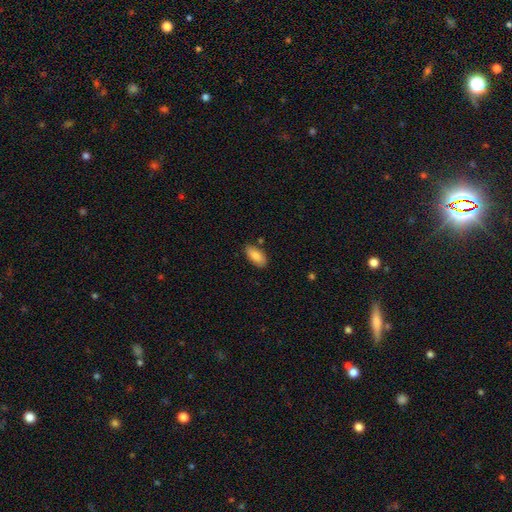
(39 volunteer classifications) This is clearly a smooth galaxy (90%). How rounded: clearly in between (83%). Merging: likely none (79%).